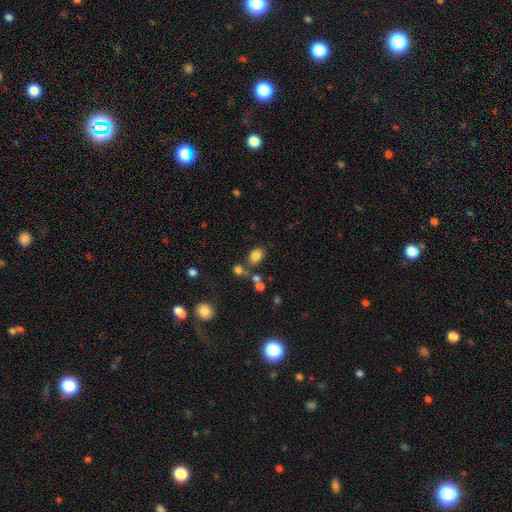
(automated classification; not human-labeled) Q: Smooth or featured?
A: smooth (81%); runner-up: star or artifact (13%)
Q: How rounded?
A: in between (72%); runner-up: round (26%)
Q: Merging?
A: none (67%); runner-up: merger (14%)